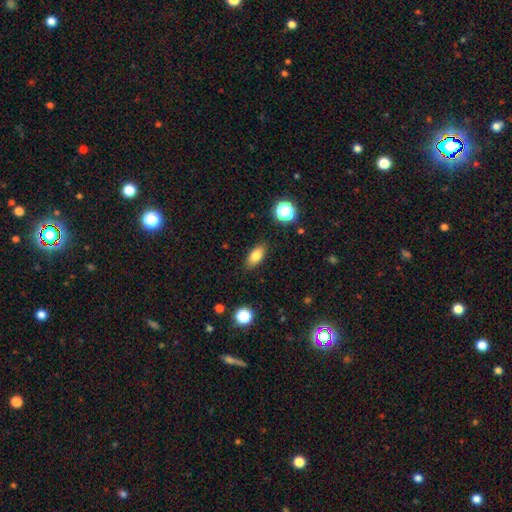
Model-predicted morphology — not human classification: Smooth or featured? smooth (80%)
How rounded? in between (83%)
Merging? none (87%)